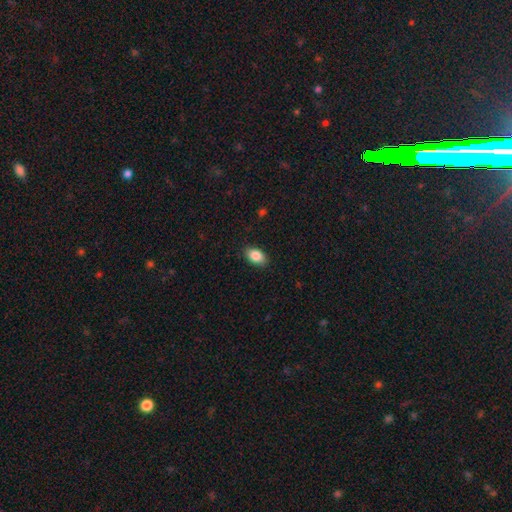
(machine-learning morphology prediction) smooth_or_featured: smooth (p=0.87) [alt: star or artifact p=0.07]
how_rounded: in between (p=0.90) [alt: round p=0.08]
merging: none (p=0.87) [alt: minor disturbance p=0.09]